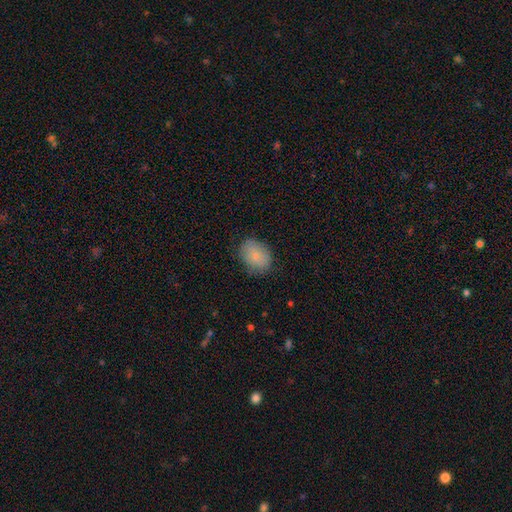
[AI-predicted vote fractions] Smooth or featured?
  - smooth: 82% *
  - featured or disk: 10%
  - star or artifact: 8%
How rounded?
  - in between: 69% *
  - round: 30%
  - cigar-shaped: 1%
Merging?
  - none: 79% *
  - minor disturbance: 16%
  - major disturbance: 4%
  - merger: 1%